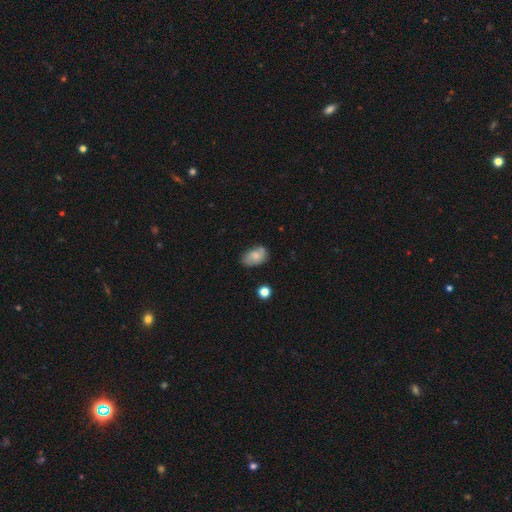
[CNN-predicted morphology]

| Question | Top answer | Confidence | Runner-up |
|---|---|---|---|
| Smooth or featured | smooth | 72% | featured or disk (20%) |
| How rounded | in between | 87% | round (11%) |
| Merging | none | 63% | minor disturbance (25%) |